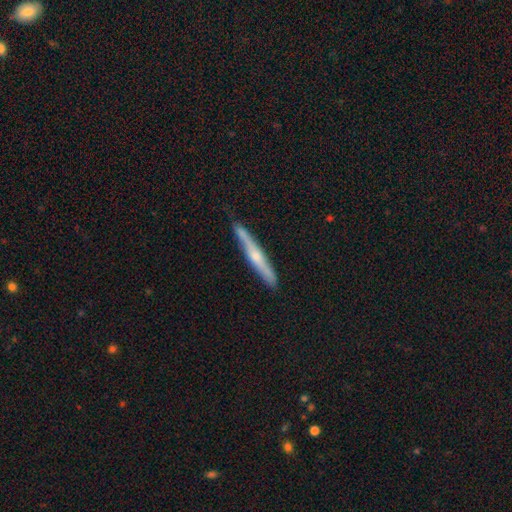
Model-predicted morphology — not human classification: smooth-or-featured: featured or disk: 60% | smooth: 34% | star or artifact: 6%
  disk-edge-on: yes: 94% | no: 6%
    edge-on-bulge: rounded: 71% | none: 22% | boxy: 7%
  merging: none: 86% | minor disturbance: 11% | major disturbance: 2% | merger: 2%